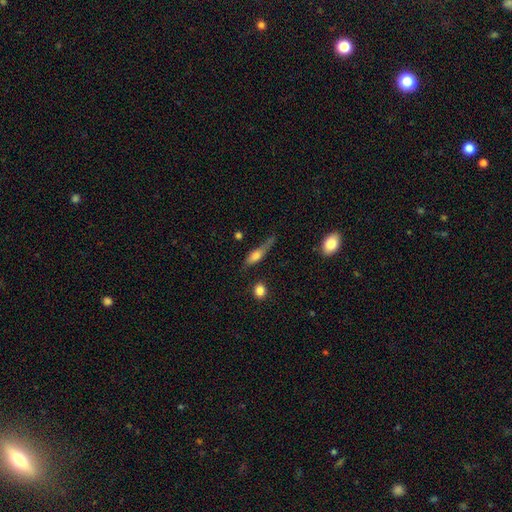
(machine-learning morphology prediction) Overall: smooth (59%; featured or disk 32%). How rounded: cigar-shaped (58%; in between 36%). Merging: none (41%; minor disturbance 32%).